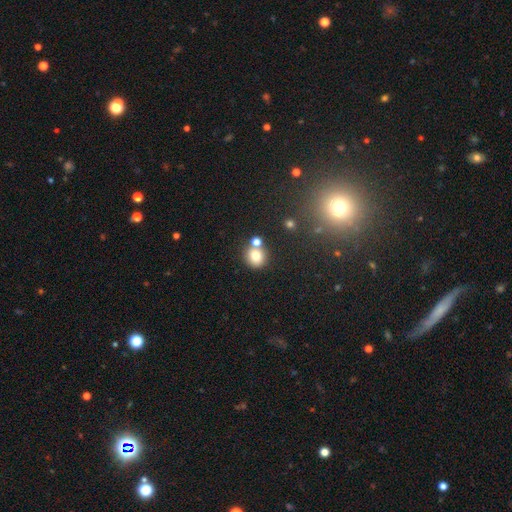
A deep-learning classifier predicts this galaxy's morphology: A smooth galaxy with no disk features (77%) that is round (87%). Merging: none (65%).